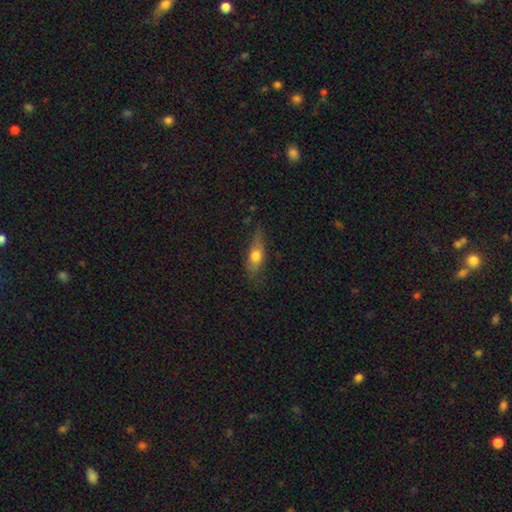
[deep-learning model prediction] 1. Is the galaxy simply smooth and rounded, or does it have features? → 65% smooth, 28% featured or disk, 7% star or artifact.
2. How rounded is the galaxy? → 58% in between, 36% cigar-shaped, 5% round.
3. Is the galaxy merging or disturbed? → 69% none, 24% minor disturbance, 6% major disturbance, 2% merger.